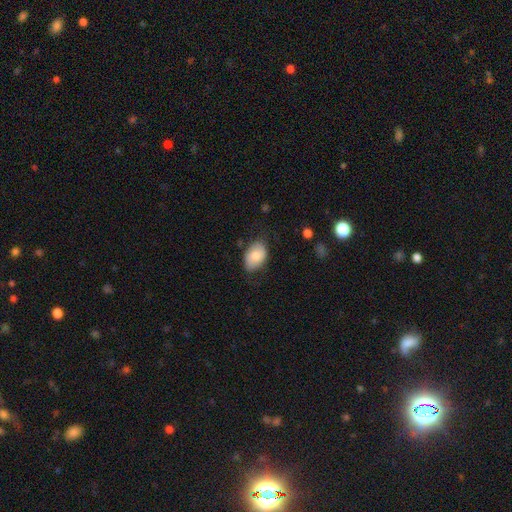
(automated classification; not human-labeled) A smooth galaxy with no disk features (74%) that is in between round and cigar-shaped (86%).

Vote fractions:
- Smooth or featured? smooth: 74% / featured or disk: 19% / star or artifact: 6%
- How rounded? in between: 86% / round: 13% / cigar-shaped: 1%
- Merging? none: 71% / minor disturbance: 23% / major disturbance: 5% / merger: 1%